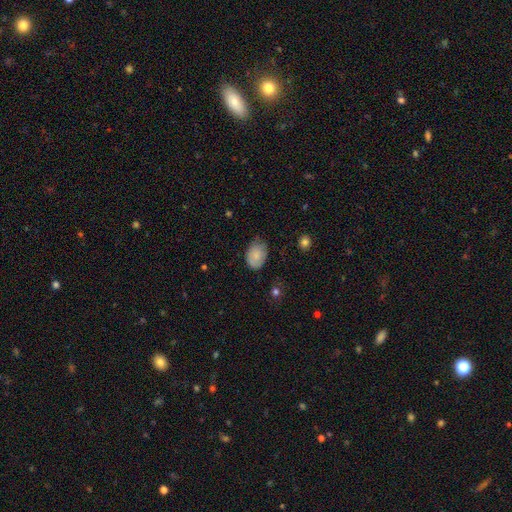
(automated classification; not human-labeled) Smooth or featured? smooth (79%)
How rounded? in between (81%)
Merging? none (63%)